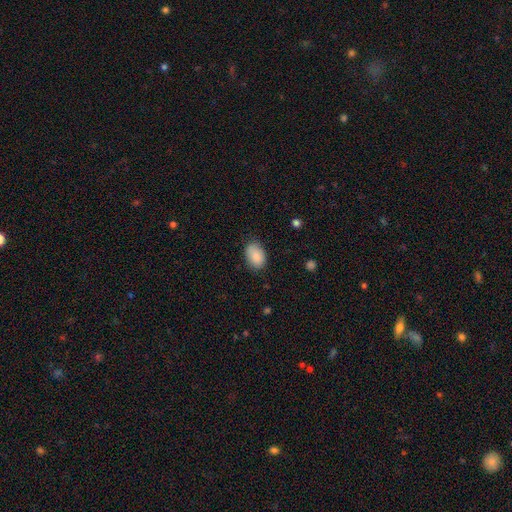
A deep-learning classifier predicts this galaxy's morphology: The model was most divided on "merging": none: 78%, minor disturbance: 17%, major disturbance: 3%, merger: 1%. More confident: smooth or featured — smooth (88%); how rounded — in between (86%).